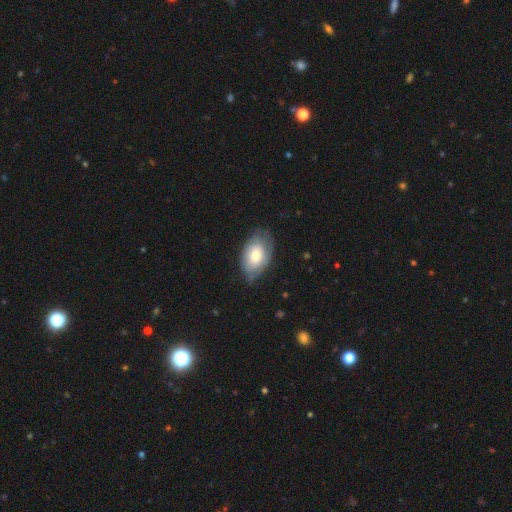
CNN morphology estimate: smooth 55%, featured or disk 39%, star or artifact 6%. Down the decision tree: how rounded — in between (89%); merging — none (62%).